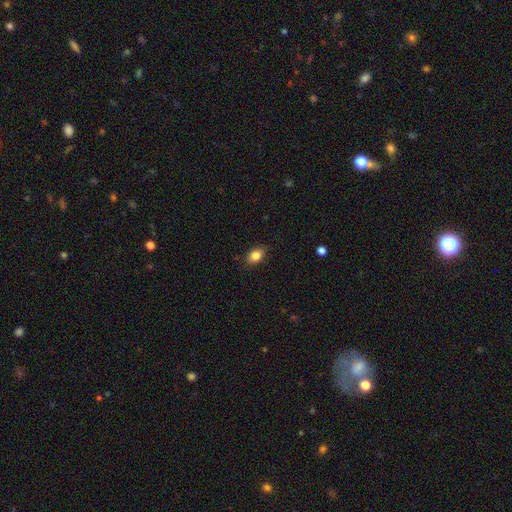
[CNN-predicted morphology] This is clearly a smooth galaxy (84%). How rounded: clearly in between (80%). Merging: clearly none (85%).